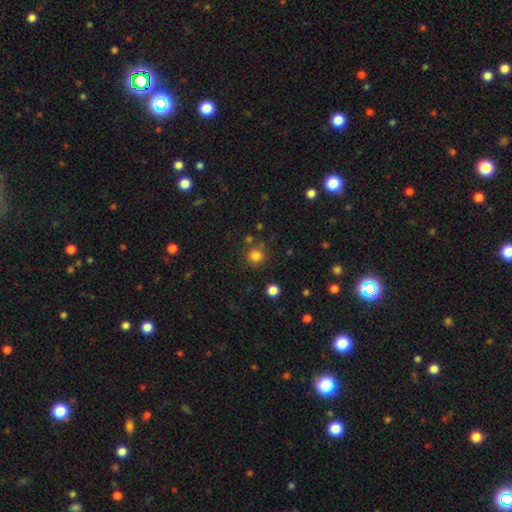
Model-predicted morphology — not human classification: smooth 81%, star or artifact 13%, featured or disk 6%. Down the decision tree: how rounded — round (92%); merging — none (77%).